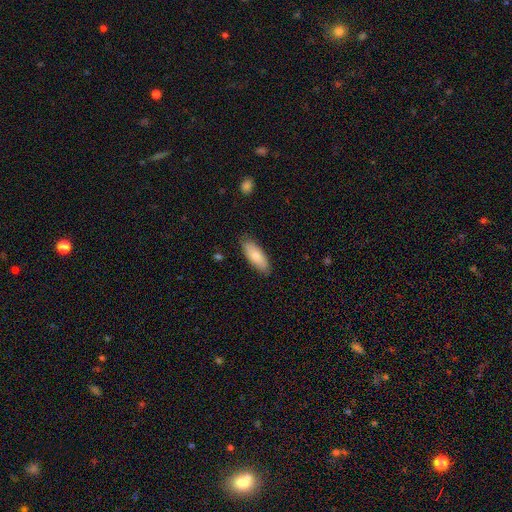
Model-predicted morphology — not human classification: smooth_or_featured: smooth (p=0.81) [alt: featured or disk p=0.13]
how_rounded: in between (p=0.74) [alt: cigar-shaped p=0.24]
merging: none (p=0.84) [alt: minor disturbance p=0.12]